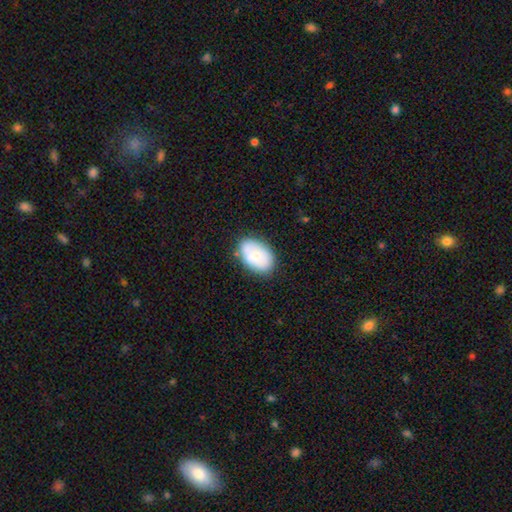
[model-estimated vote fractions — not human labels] Smooth or featured? smooth (70%)
How rounded? in between (88%)
Merging? none (74%)